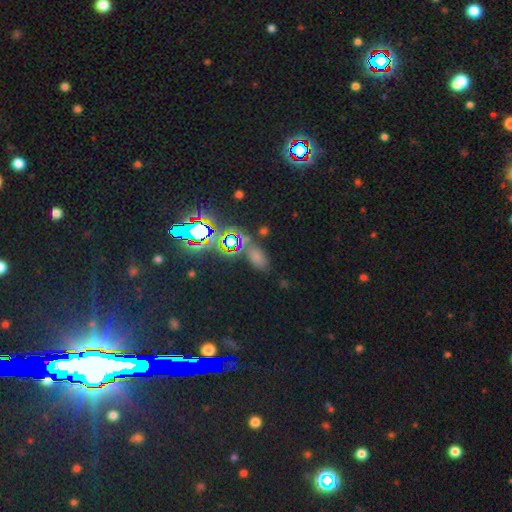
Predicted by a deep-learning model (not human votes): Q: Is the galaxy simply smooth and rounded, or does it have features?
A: smooth — 46%.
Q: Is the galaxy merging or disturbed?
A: none — 69%.